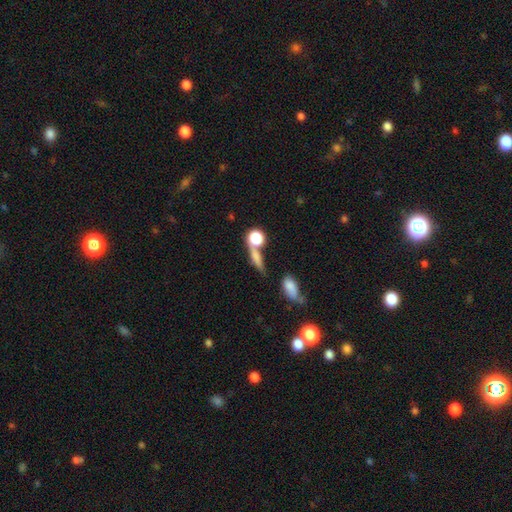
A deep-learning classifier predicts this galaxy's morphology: type=smooth (67%); roundness=round (37%); merging=none (48%).